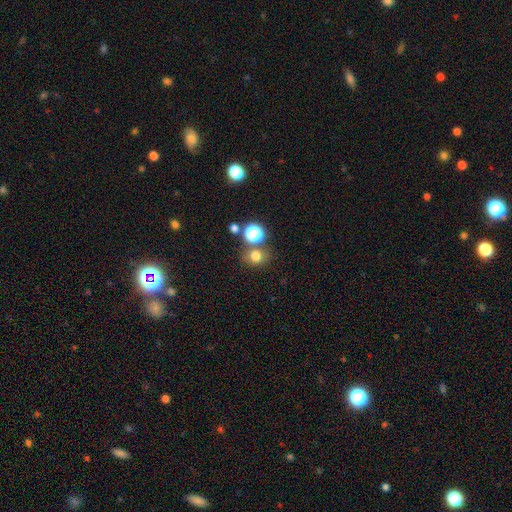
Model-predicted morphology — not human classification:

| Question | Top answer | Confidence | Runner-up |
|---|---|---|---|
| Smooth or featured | smooth | 73% | star or artifact (19%) |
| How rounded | round | 73% | in between (26%) |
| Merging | none | 70% | merger (16%) |